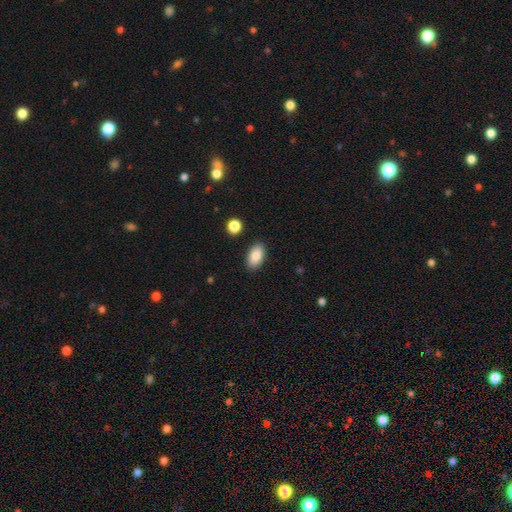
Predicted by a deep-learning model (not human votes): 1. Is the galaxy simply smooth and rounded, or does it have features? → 87% smooth, 7% star or artifact, 6% featured or disk.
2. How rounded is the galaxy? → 93% in between, 5% round, 2% cigar-shaped.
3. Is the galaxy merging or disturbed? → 87% none, 9% minor disturbance, 2% major disturbance, 2% merger.